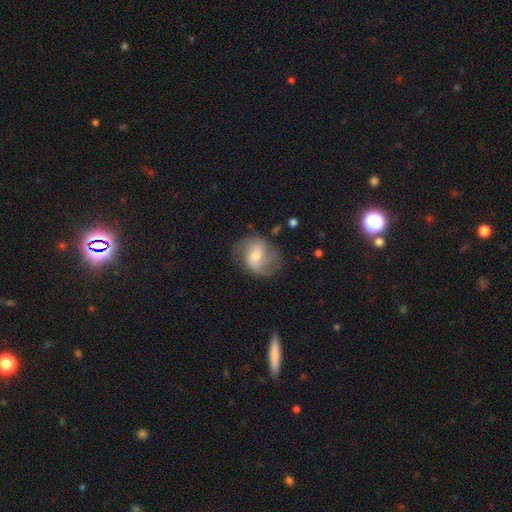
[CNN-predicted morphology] Smooth or featured?
  - featured or disk: 63% *
  - smooth: 30%
  - star or artifact: 7%
Edge-on disk?
  - no: 97% *
  - yes: 3%
Bar?
  - no: 45% *
  - weak: 43%
  - strong: 12%
Spiral arms?
  - yes: 87% *
  - no: 13%
Spiral winding?
  - medium: 44% *
  - loose: 36%
  - tight: 20%
Spiral arm count?
  - 2: 65% *
  - can't tell: 15%
  - 3: 10%
  - 1: 5%
  - 4: 2%
  - more than 4: 2%
Bulge size?
  - moderate: 58% *
  - small: 34%
  - large: 5%
  - none: 2%
  - dominant: 1%
Merging?
  - none: 62% *
  - minor disturbance: 22%
  - major disturbance: 13%
  - merger: 2%